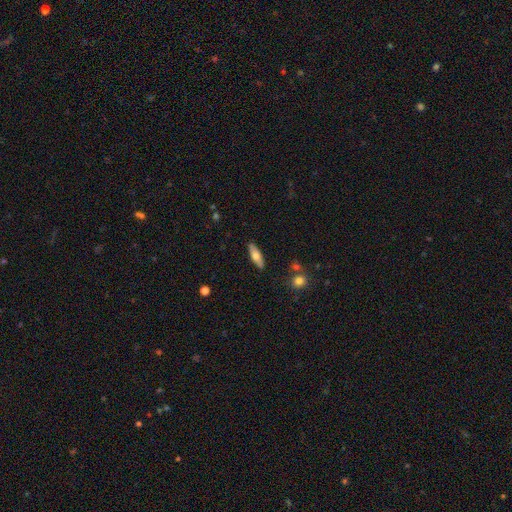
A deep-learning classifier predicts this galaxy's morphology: Overall: smooth (62%; featured or disk 32%). How rounded: in between (52%; cigar-shaped 45%). Merging: none (88%).